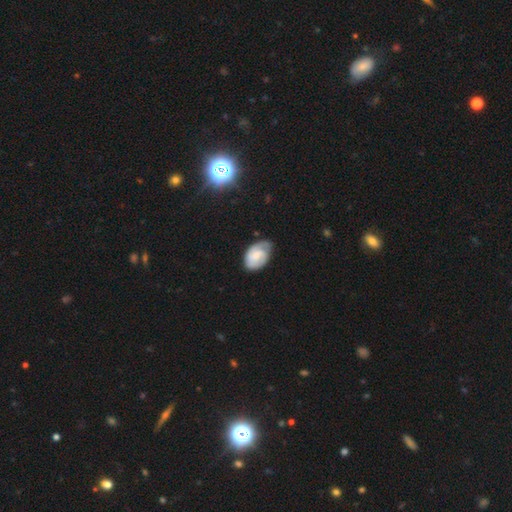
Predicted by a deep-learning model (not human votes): This is possibly a featured or disk galaxy (56%). It is clearly not viewed edge-on (97%). Bar: possibly no (56%). Spiral arm pattern: clearly yes (88%). Central bulge: possibly small (47%). Merging: possibly none (57%).